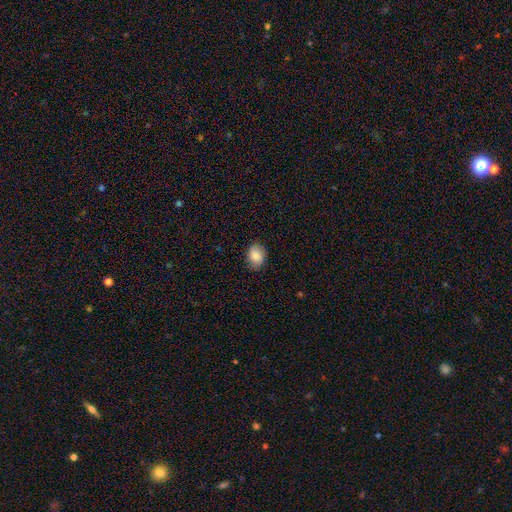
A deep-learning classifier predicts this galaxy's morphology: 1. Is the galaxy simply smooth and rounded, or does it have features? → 85% smooth, 8% star or artifact, 7% featured or disk.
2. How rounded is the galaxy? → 62% in between, 37% round, 1% cigar-shaped.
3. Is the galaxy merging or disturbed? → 82% none, 14% minor disturbance, 3% major disturbance, 1% merger.